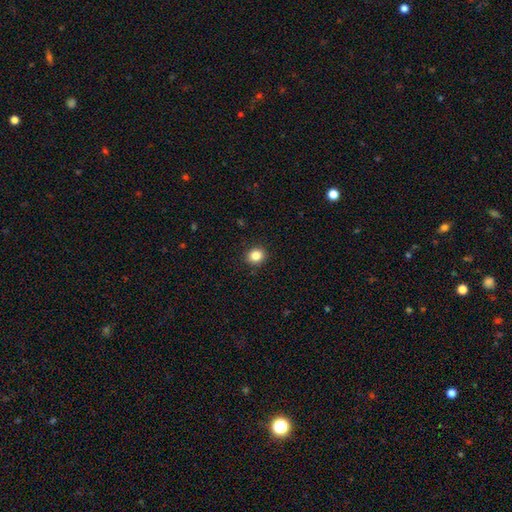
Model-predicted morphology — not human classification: The model was most divided on "how rounded": round: 74%, in between: 25%, cigar-shaped: 1%. More confident: merging — none (91%); smooth or featured — smooth (85%).